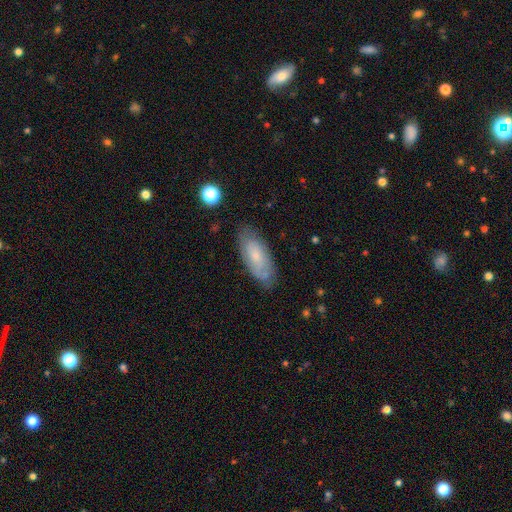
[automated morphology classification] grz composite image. It shows a smooth galaxy with no disk features (59%) that is in between round and cigar-shaped (81%). Merging: none (77%).